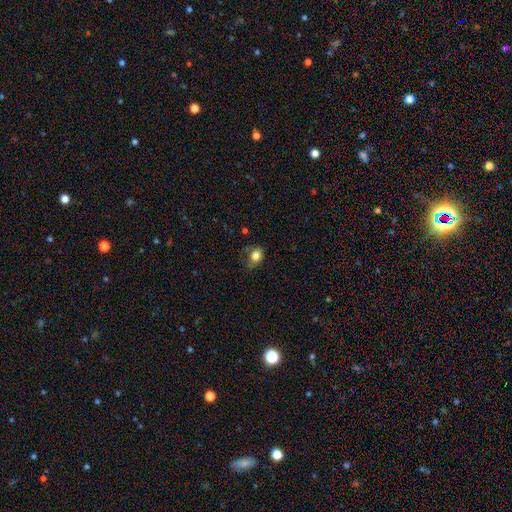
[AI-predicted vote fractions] Smooth or featured? Predicted: smooth (p=0.81). How rounded? Predicted: round (p=0.58). Merging? Predicted: none (p=0.57).